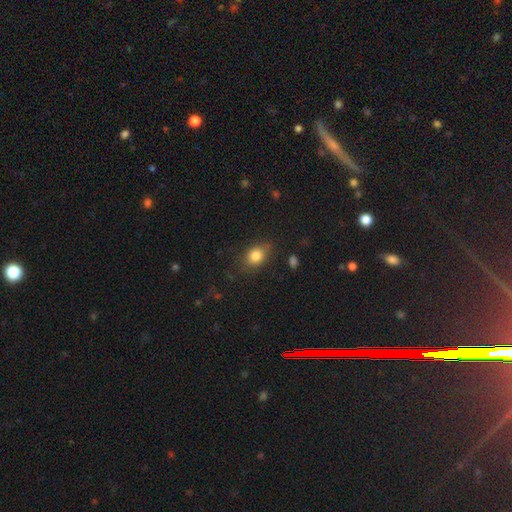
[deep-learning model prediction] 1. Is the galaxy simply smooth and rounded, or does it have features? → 83% smooth, 10% star or artifact, 7% featured or disk.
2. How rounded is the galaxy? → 58% in between, 40% round, 1% cigar-shaped.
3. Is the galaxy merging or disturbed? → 74% none, 18% minor disturbance, 6% major disturbance, 2% merger.